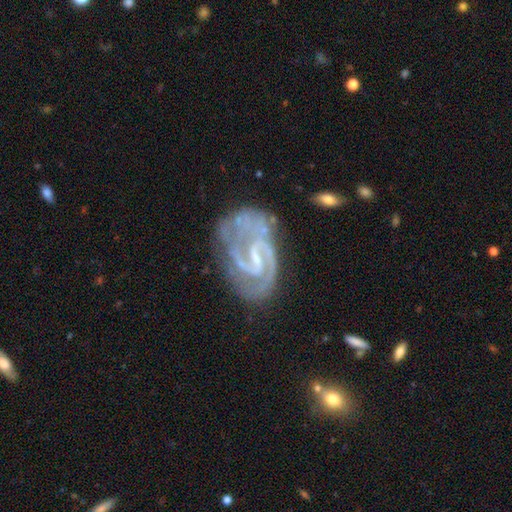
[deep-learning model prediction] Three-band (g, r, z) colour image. It shows a featured or disk galaxy (89%) with a weak bar (50%), 2 (73%) medium (47%) spiral arms (96%) and a small central bulge (54%). Merging: none (61%).